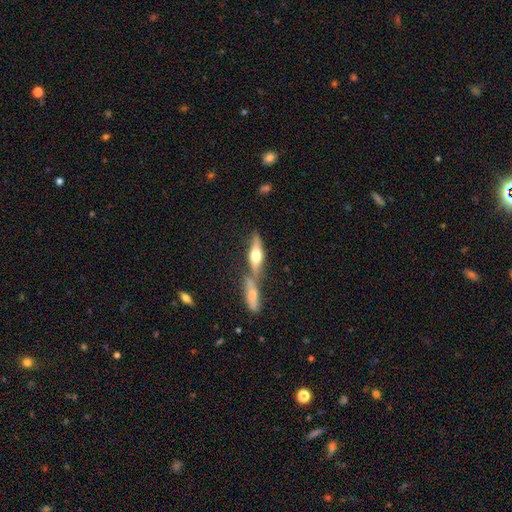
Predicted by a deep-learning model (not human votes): Smooth or featured? featured or disk (48%)
Merging? none (44%)